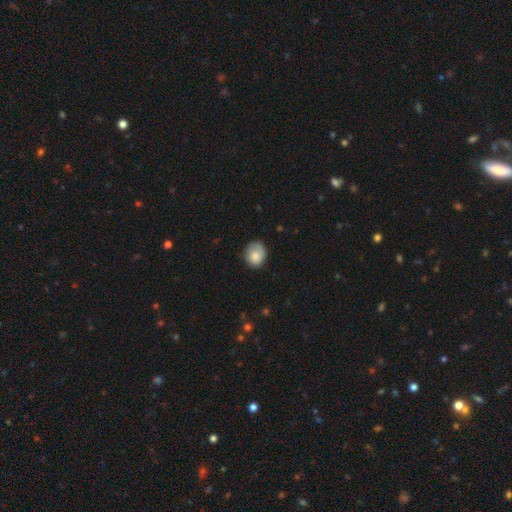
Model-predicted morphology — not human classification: The model was most divided on "how rounded": round: 57%, in between: 42%, cigar-shaped: 1%. More confident: smooth or featured — smooth (80%); merging — none (64%).